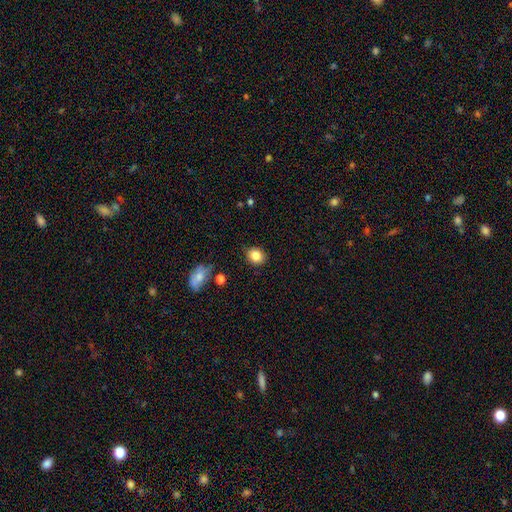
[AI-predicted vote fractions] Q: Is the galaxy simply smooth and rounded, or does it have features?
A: smooth — 84%.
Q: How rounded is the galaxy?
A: round — 67%.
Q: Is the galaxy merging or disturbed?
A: none — 86%.